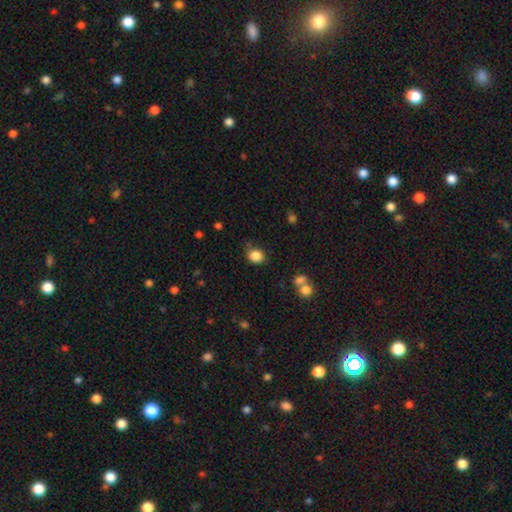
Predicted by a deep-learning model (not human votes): A smooth galaxy with no disk features (85%) that is round (70%).

Vote fractions:
- Smooth or featured? smooth: 85% / star or artifact: 11% / featured or disk: 4%
- How rounded? round: 70% / in between: 30% / cigar-shaped: 1%
- Merging? none: 76% / minor disturbance: 15% / merger: 5% / major disturbance: 4%